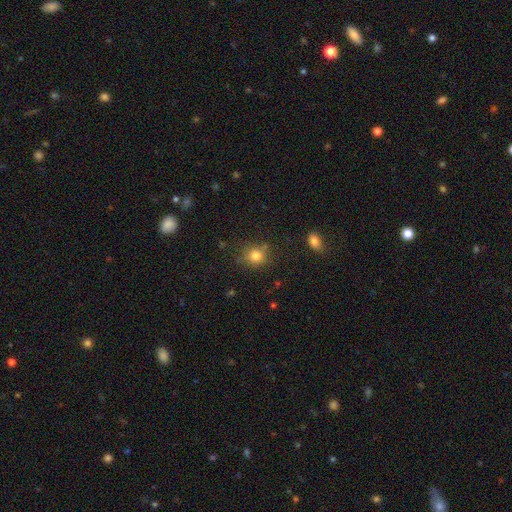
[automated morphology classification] Q: Smooth or featured?
A: smooth (79%); runner-up: star or artifact (13%)
Q: How rounded?
A: round (78%); runner-up: in between (21%)
Q: Merging?
A: none (76%); runner-up: minor disturbance (16%)